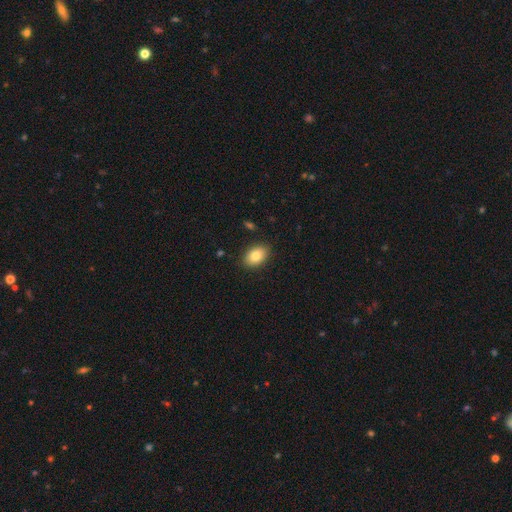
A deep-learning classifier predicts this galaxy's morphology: Smooth or featured? smooth (84%)
How rounded? in between (84%)
Merging? none (88%)